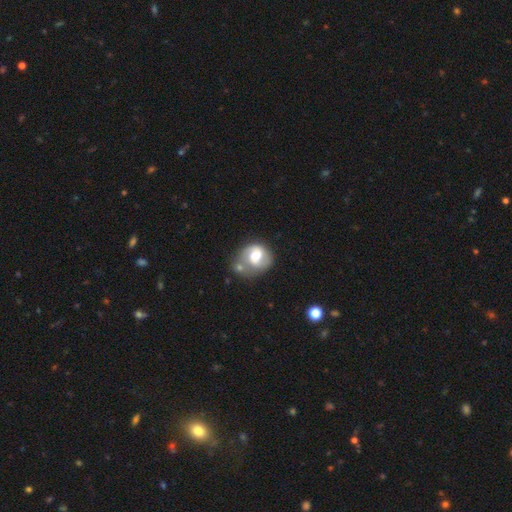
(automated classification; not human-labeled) The model was most divided on "smooth or featured": smooth: 48%, featured or disk: 45%, star or artifact: 7%. Remaining: merging — none (40%).